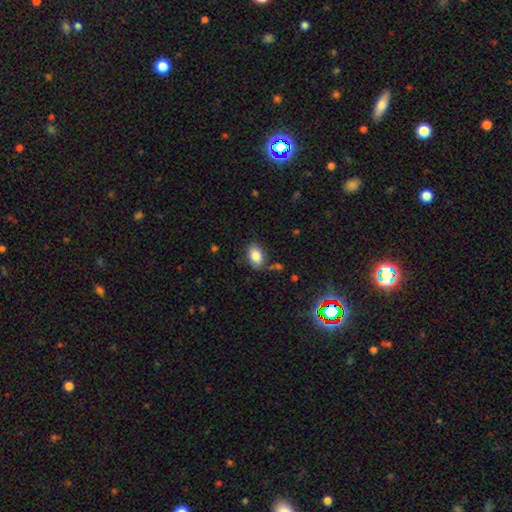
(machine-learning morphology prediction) Smooth or featured?
  - smooth: 86% *
  - star or artifact: 8%
  - featured or disk: 6%
How rounded?
  - in between: 89% *
  - round: 9%
  - cigar-shaped: 1%
Merging?
  - none: 79% *
  - minor disturbance: 14%
  - major disturbance: 3%
  - merger: 3%